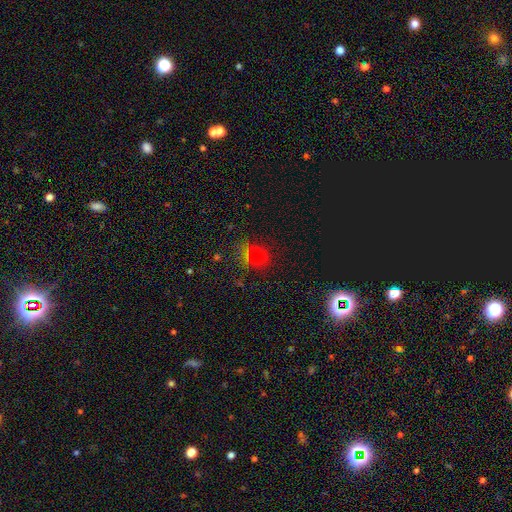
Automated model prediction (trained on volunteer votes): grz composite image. It shows a smooth galaxy with no disk features (63%) that is round (77%). Merging: none (78%).